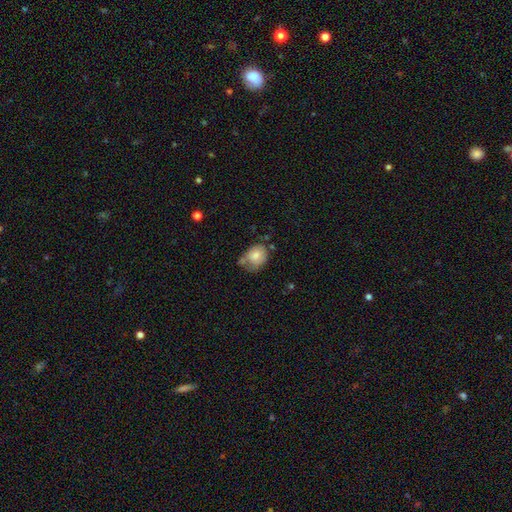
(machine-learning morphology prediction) This appears to be a smooth galaxy with no disk features (78%) that is round (53%). Merging: none (40%).